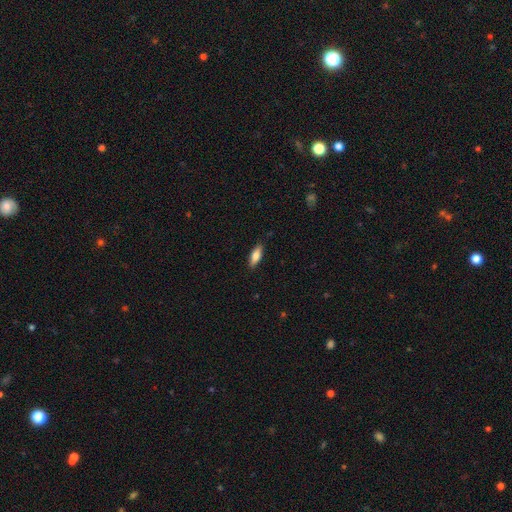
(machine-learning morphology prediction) This is likely a smooth galaxy (78%). How rounded: likely in between (65%). Merging: clearly none (86%).